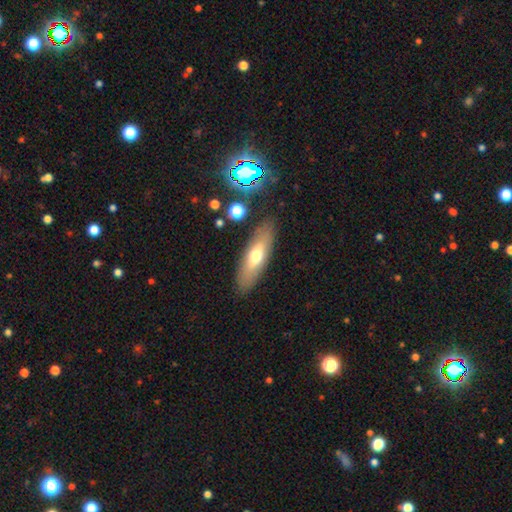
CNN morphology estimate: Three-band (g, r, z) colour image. It shows a smooth galaxy with no disk features (57%) that is cigar-shaped (50%). Merging: none (85%).